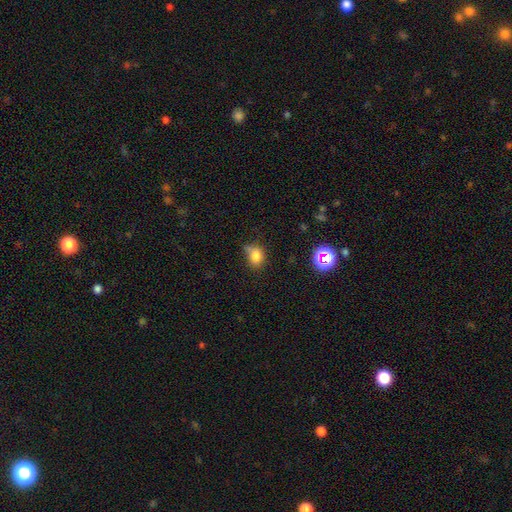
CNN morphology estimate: type=smooth (78%); roundness=in between (52%); merging=none (48%).